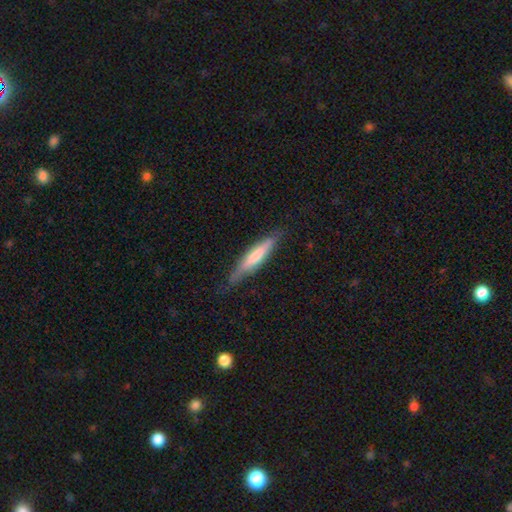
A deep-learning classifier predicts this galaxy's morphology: smooth-or-featured: smooth: 58% | featured or disk: 37% | star or artifact: 6%
  how-rounded: cigar-shaped: 87% | in between: 12% | round: 1%
  merging: none: 77% | minor disturbance: 18% | major disturbance: 4% | merger: 1%